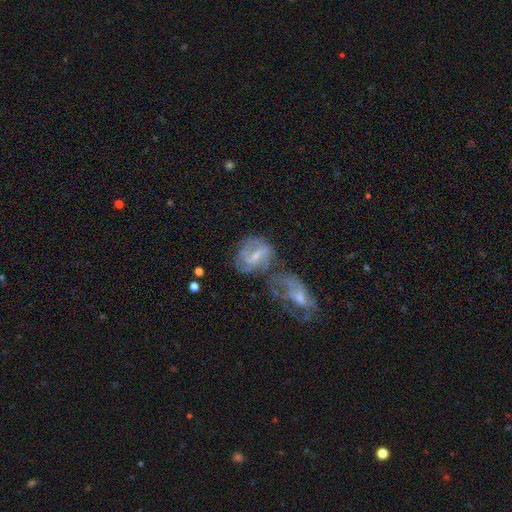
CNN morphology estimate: A featured or disk galaxy (74%) with a weak bar (48%), 2 (60%) medium (44%) spiral arms (82%) and a small central bulge (54%).

Vote fractions:
- Smooth or featured? featured or disk: 74% / smooth: 19% / star or artifact: 7%
- Edge-on disk? no: 96% / yes: 4%
- Bar? weak: 48% / strong: 34% / no: 18%
- Spiral arms? yes: 82% / no: 18%
- Spiral winding? medium: 44% / tight: 30% / loose: 27%
- Spiral arm count? 2: 60% / can't tell: 24% / 3: 7% / 1: 5% / 4: 2% / more than 4: 2%
- Bulge size? small: 54% / moderate: 32% / none: 11% / large: 2% / dominant: 1%
- Merging? none: 39% / merger: 30% / minor disturbance: 17% / major disturbance: 14%